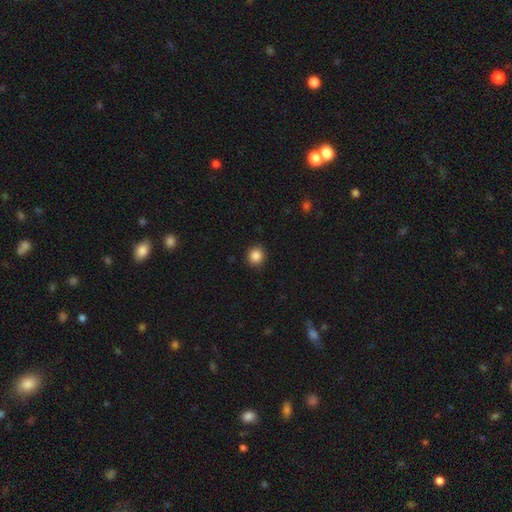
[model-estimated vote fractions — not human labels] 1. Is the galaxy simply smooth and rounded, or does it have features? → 86% smooth, 10% star or artifact, 3% featured or disk.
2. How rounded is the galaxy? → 90% round, 9% in between, 1% cigar-shaped.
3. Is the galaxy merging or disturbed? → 91% none, 6% minor disturbance, 2% major disturbance, 1% merger.